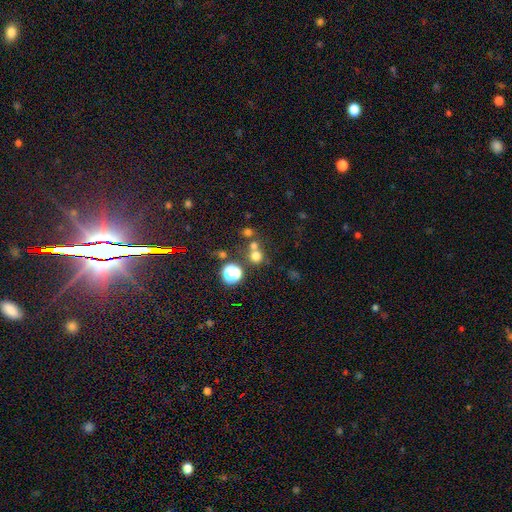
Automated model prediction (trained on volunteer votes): smooth 66%, star or artifact 25%, featured or disk 9%. Down the decision tree: how rounded — round (86%); merging — none (57%).